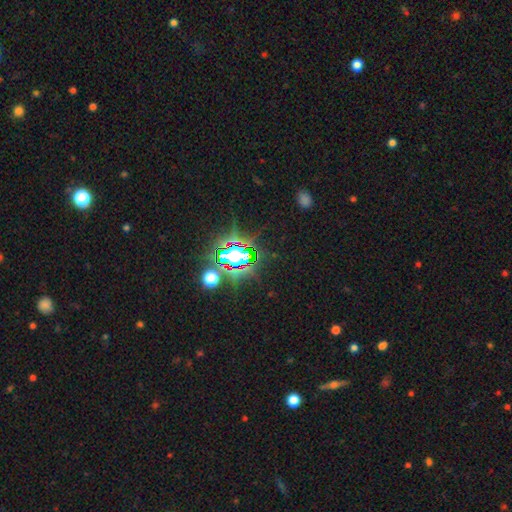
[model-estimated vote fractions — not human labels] smooth-or-featured: star or artifact: 80% | smooth: 12% | featured or disk: 8%